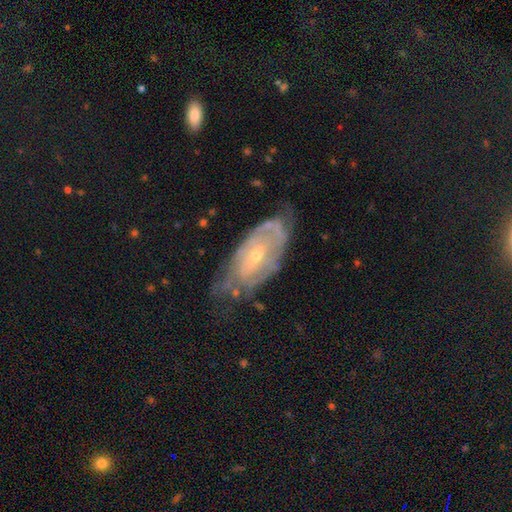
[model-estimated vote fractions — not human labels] Smooth or featured? Predicted: featured or disk (p=0.77). Edge-on disk? Predicted: no (p=0.91). Bar? Predicted: no (p=0.62). Spiral arms? Predicted: yes (p=0.79). Spiral winding? Predicted: tight (p=0.62). Spiral arm count? Predicted: can't tell (p=0.54). Bulge size? Predicted: small (p=0.69). Merging? Predicted: none (p=0.54).